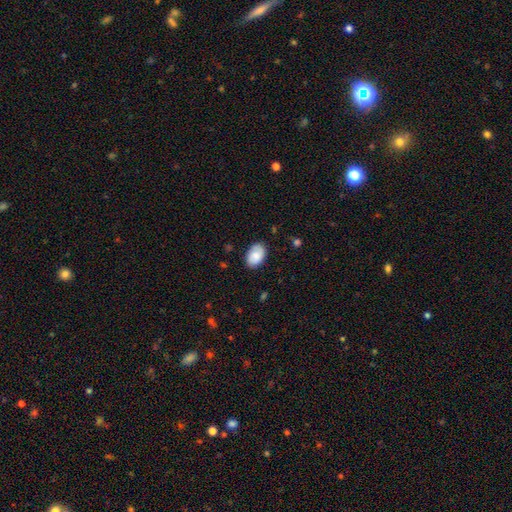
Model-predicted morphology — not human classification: Overall: smooth (80%). How rounded: in between (90%). Merging: none (81%).